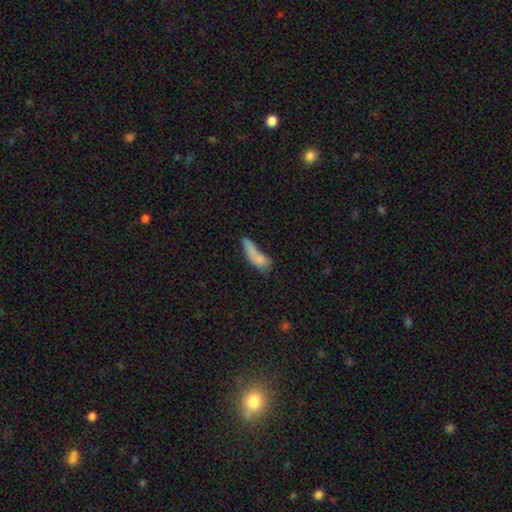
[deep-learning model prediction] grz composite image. It shows a smooth galaxy with no disk features (74%) that is cigar-shaped (51%). Merging: none (33%).